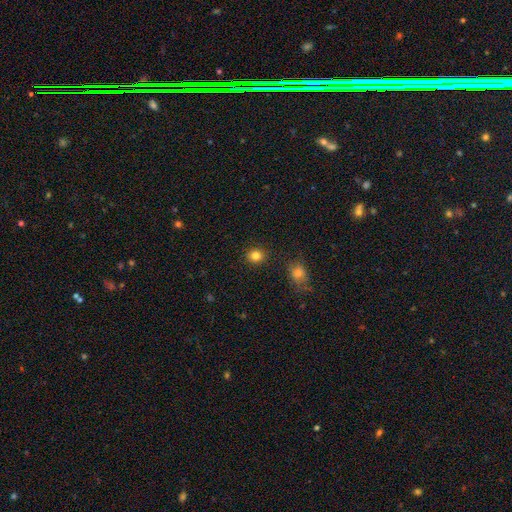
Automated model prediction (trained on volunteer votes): A smooth galaxy with no disk features (83%) that is round (79%). Merging: none (90%).